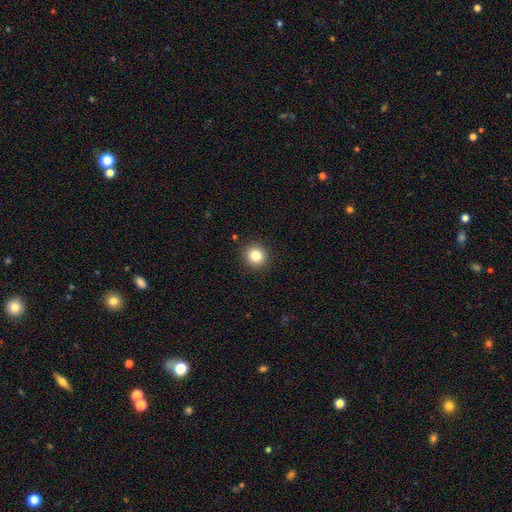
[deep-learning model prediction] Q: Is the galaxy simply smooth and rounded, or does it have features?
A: smooth — 83%.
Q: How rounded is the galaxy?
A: round — 90%.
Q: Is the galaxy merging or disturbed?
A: none — 92%.